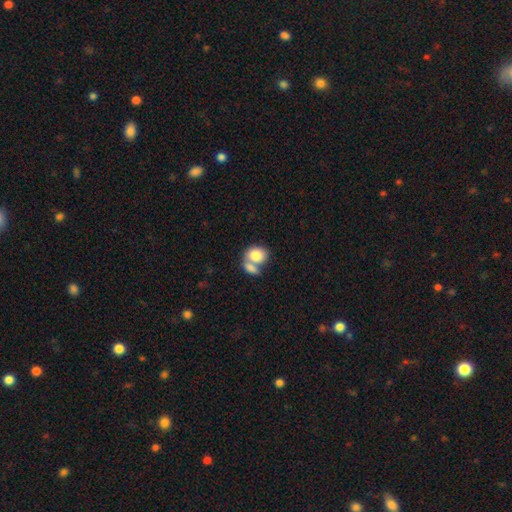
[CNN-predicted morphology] smooth_or_featured: smooth (p=0.81) [alt: featured or disk p=0.12]
how_rounded: in between (p=0.56) [alt: round p=0.43]
merging: merger (p=0.57) [alt: none p=0.30]